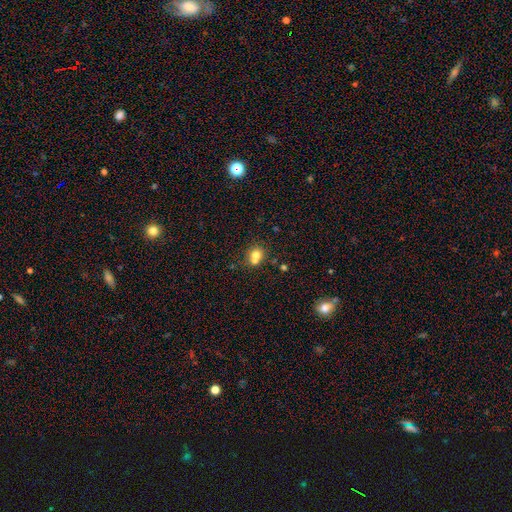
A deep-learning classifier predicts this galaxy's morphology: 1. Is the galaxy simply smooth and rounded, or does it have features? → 74% smooth, 14% featured or disk, 13% star or artifact.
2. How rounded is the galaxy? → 80% round, 19% in between, 1% cigar-shaped.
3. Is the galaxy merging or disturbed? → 48% merger, 42% none, 8% minor disturbance, 3% major disturbance.